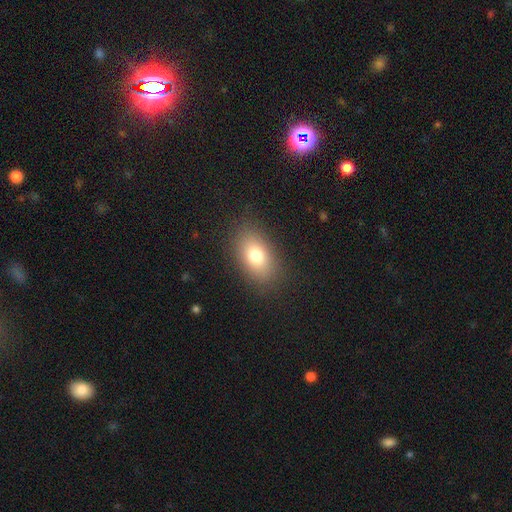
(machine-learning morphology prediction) smooth_or_featured: smooth (p=0.79) [alt: featured or disk p=0.12]
how_rounded: in between (p=0.88) [alt: round p=0.09]
merging: none (p=0.85) [alt: minor disturbance p=0.10]